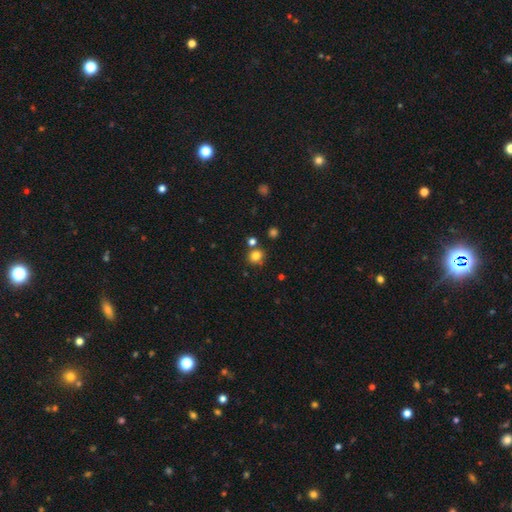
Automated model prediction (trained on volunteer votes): A smooth galaxy with no disk features (80%) that is round (83%). Merging: none (76%).